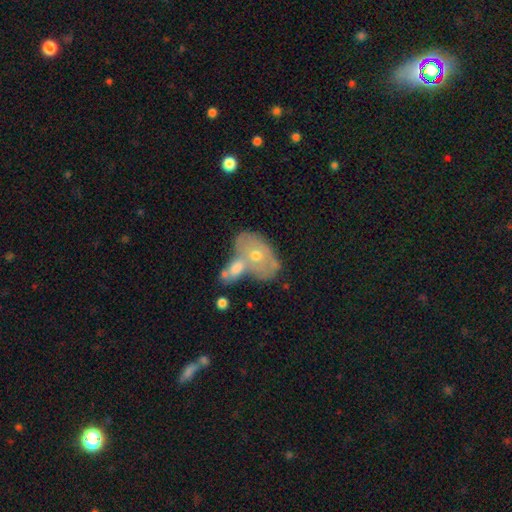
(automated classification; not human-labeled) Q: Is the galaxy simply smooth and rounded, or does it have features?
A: featured or disk — 52%.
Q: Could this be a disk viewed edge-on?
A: no — 92%.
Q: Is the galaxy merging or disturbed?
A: merger — 54%.